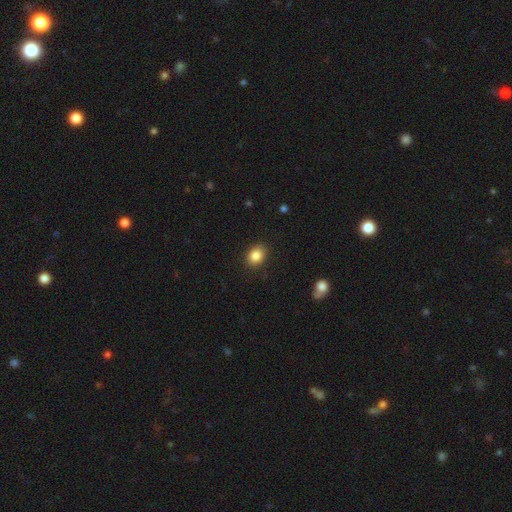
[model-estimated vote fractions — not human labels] Smooth or featured: smooth — 86% (star or artifact — 9%)
How rounded: in between — 53% (round — 46%)
Merging: none — 87% (minor disturbance — 9%)